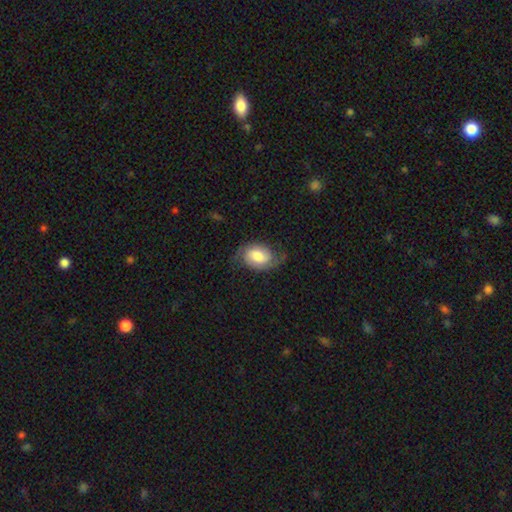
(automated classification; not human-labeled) This is possibly a featured or disk galaxy (52%). It is clearly not viewed edge-on (96%). Merging: likely none (63%).